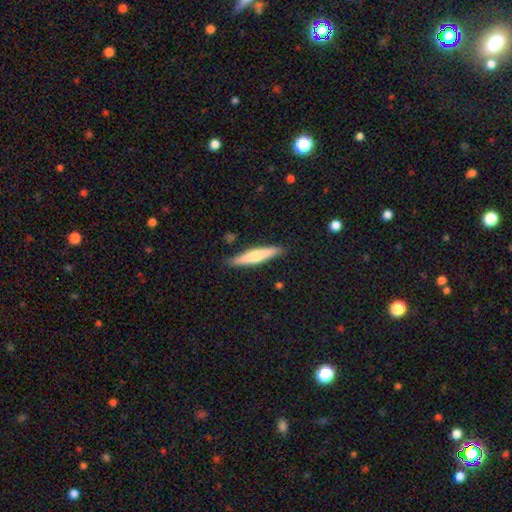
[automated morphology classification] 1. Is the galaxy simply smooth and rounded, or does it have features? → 62% smooth, 33% featured or disk, 5% star or artifact.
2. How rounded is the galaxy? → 90% cigar-shaped, 9% in between, 1% round.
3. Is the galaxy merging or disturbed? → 88% none, 9% minor disturbance, 2% major disturbance, 1% merger.